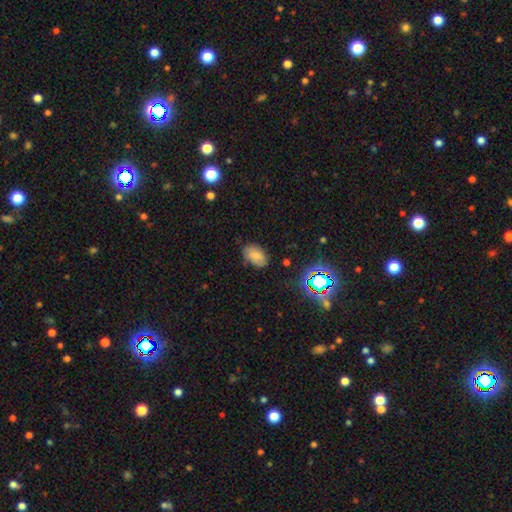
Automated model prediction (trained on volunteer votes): Q: Smooth or featured?
A: smooth (77%); runner-up: star or artifact (13%)
Q: How rounded?
A: in between (91%); runner-up: round (8%)
Q: Merging?
A: none (74%); runner-up: minor disturbance (20%)